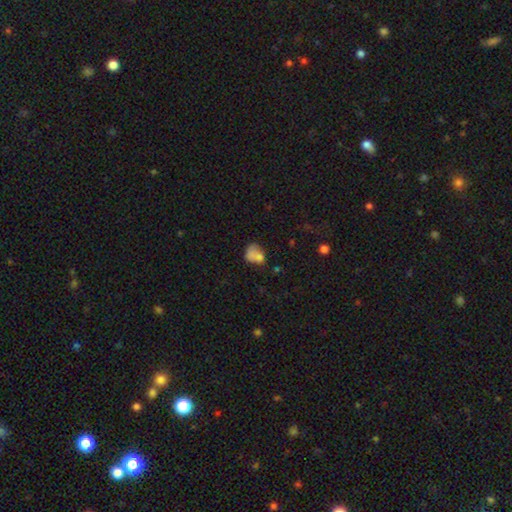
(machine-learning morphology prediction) type=smooth (72%); roundness=in between (59%); merging=none (32%).